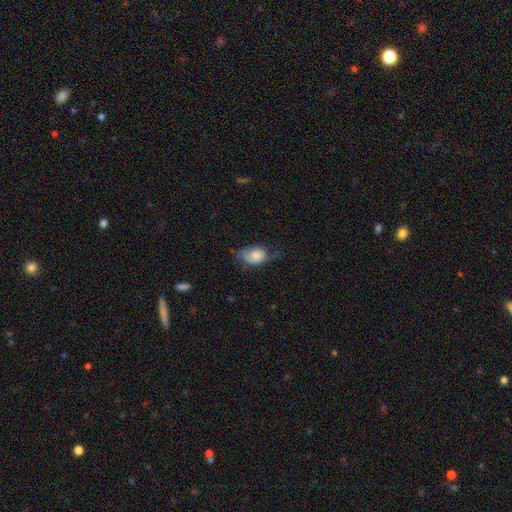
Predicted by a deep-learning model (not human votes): smooth-or-featured: smooth: 74% | featured or disk: 19% | star or artifact: 7%
  how-rounded: in between: 83% | round: 15% | cigar-shaped: 2%
  merging: minor disturbance: 38% | none: 34% | major disturbance: 26% | merger: 2%